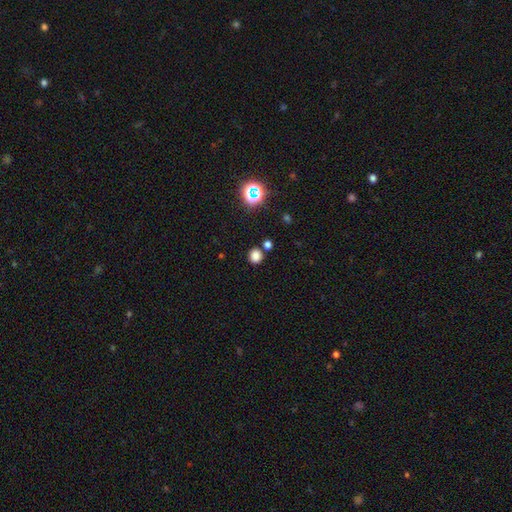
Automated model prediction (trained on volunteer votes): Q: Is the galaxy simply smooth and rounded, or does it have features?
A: smooth — 79%.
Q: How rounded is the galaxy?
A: round — 80%.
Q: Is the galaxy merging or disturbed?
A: none — 80%.